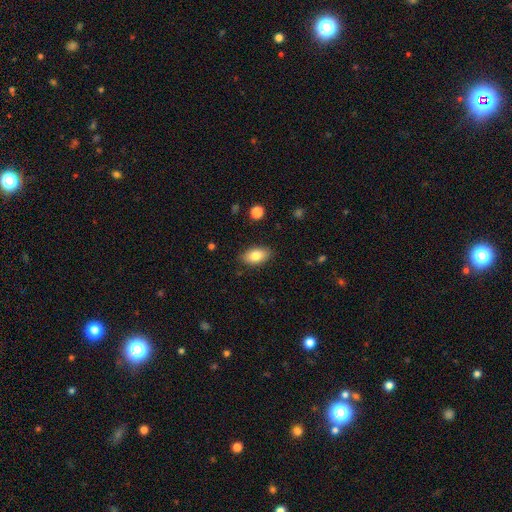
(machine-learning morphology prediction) Q: Smooth or featured?
A: smooth (82%); runner-up: featured or disk (11%)
Q: How rounded?
A: in between (92%); runner-up: round (6%)
Q: Merging?
A: none (87%); runner-up: minor disturbance (10%)